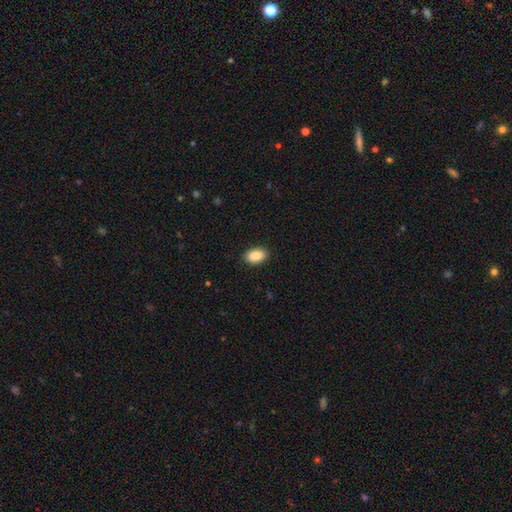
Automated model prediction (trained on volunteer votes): Smooth or featured?
  - smooth: 88% *
  - star or artifact: 7%
  - featured or disk: 5%
How rounded?
  - in between: 89% *
  - round: 9%
  - cigar-shaped: 1%
Merging?
  - none: 89% *
  - minor disturbance: 8%
  - major disturbance: 2%
  - merger: 1%